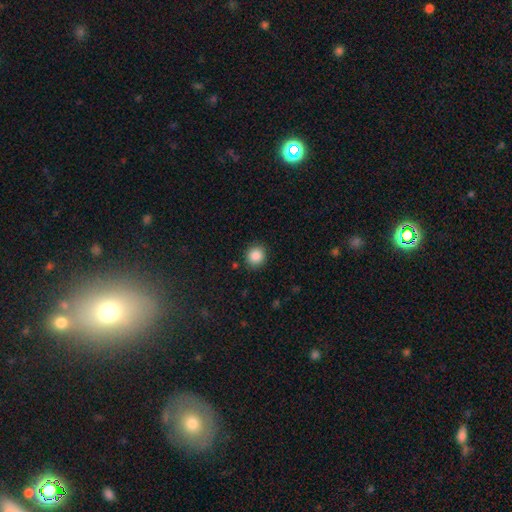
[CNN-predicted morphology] smooth-or-featured: smooth: 87% | star or artifact: 9% | featured or disk: 3%
  how-rounded: round: 87% | in between: 12% | cigar-shaped: 1%
  merging: none: 88% | minor disturbance: 9% | major disturbance: 2% | merger: 1%